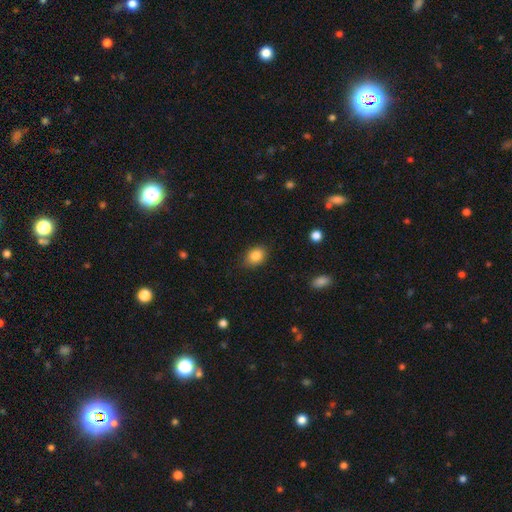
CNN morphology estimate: Smooth or featured? Predicted: smooth (p=0.85). How rounded? Predicted: in between (p=0.72). Merging? Predicted: none (p=0.82).